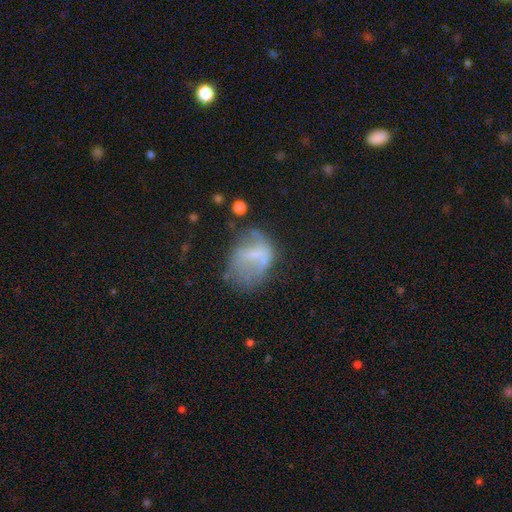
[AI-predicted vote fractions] Smooth or featured? smooth (46%)
Merging? none (36%)